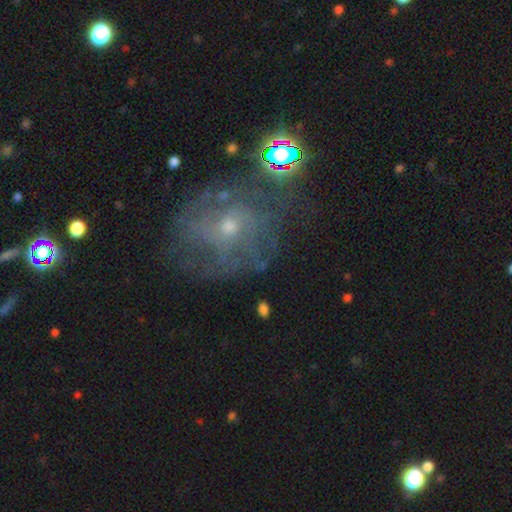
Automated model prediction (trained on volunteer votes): Morphology: type=featured or disk (61%); edge-on=no (97%); bar=no (73%); spiral arms=yes (72%); bulge=small (68%); merging=none (66%).